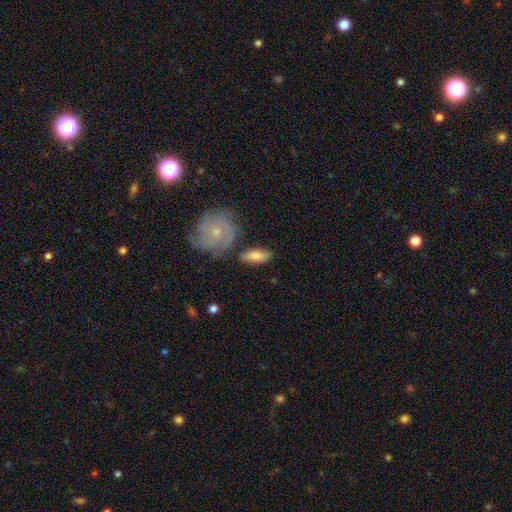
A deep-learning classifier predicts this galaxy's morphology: Smooth or featured? Predicted: smooth (p=0.64). How rounded? Predicted: in between (p=0.70). Merging? Predicted: none (p=0.76).